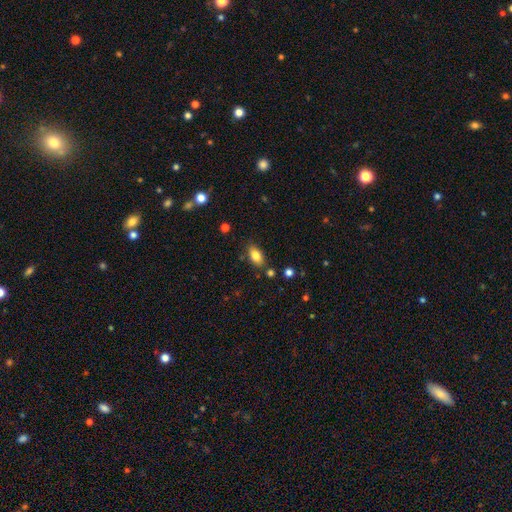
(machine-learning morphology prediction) A smooth galaxy with no disk features (83%) that is in between round and cigar-shaped (89%).

Vote fractions:
- Smooth or featured? smooth: 83% / featured or disk: 9% / star or artifact: 9%
- How rounded? in between: 89% / round: 6% / cigar-shaped: 5%
- Merging? none: 80% / minor disturbance: 13% / merger: 4% / major disturbance: 3%